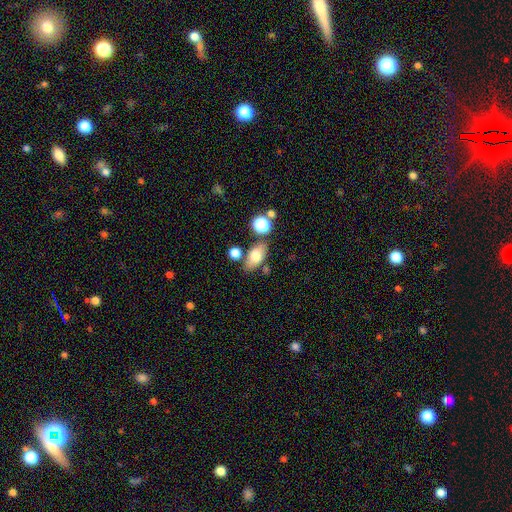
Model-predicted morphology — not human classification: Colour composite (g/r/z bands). It shows a smooth galaxy with no disk features (72%) that is in between round and cigar-shaped (86%). Merging: none (72%).